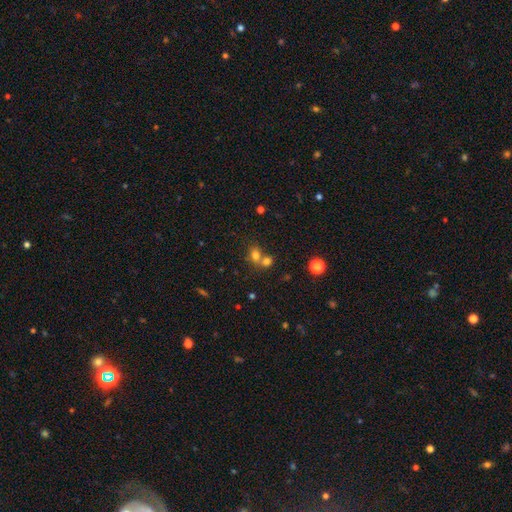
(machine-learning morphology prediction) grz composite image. It shows a smooth galaxy with no disk features (74%) that is round (57%). Merging: merger (53%).